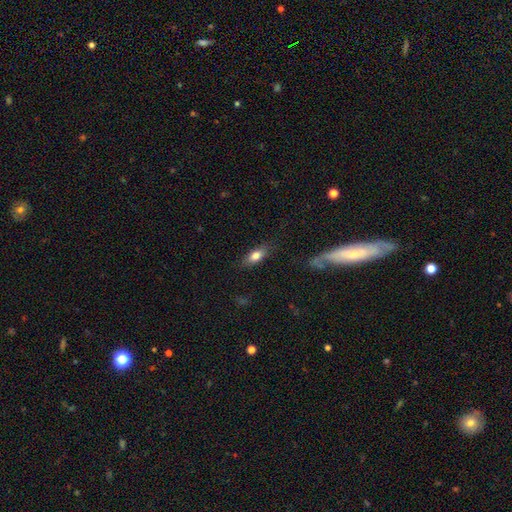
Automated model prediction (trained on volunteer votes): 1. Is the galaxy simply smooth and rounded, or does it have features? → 78% smooth, 15% featured or disk, 8% star or artifact.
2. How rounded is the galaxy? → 77% in between, 18% cigar-shaped, 4% round.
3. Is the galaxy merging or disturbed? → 82% none, 13% minor disturbance, 4% major disturbance, 1% merger.